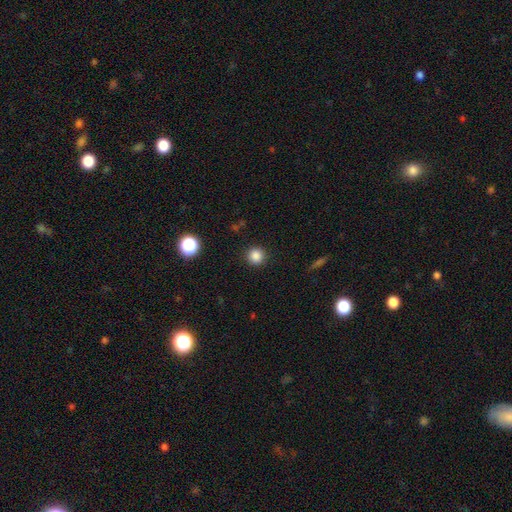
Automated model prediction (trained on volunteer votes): smooth 85%, star or artifact 12%, featured or disk 3%. Down the decision tree: how rounded — round (94%); merging — none (91%).